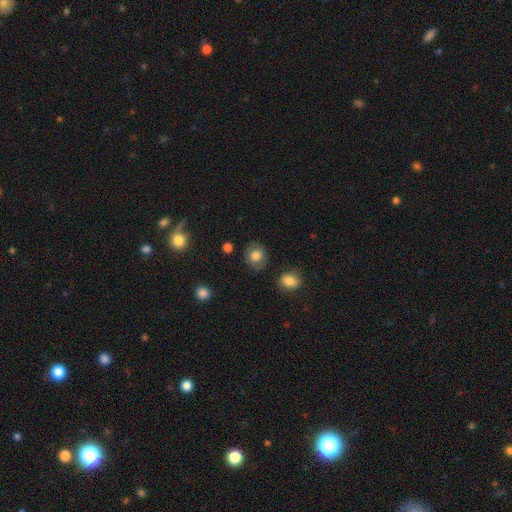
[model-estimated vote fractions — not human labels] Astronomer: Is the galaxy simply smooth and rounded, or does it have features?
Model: smooth — 77%.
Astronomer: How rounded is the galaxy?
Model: round — 66%.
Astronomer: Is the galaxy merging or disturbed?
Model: none — 81%.